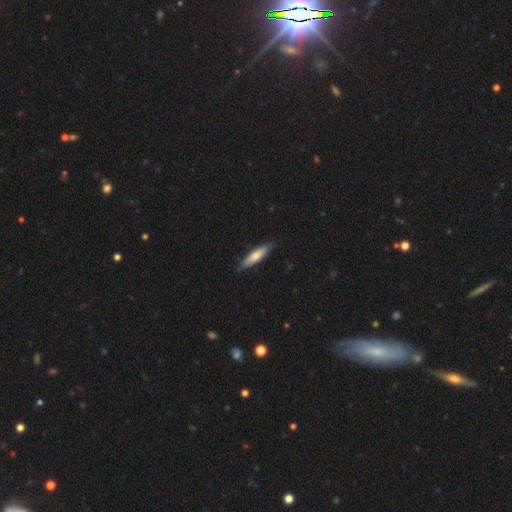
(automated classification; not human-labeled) Morphology: type=smooth (73%); roundness=cigar-shaped (77%); merging=none (86%).